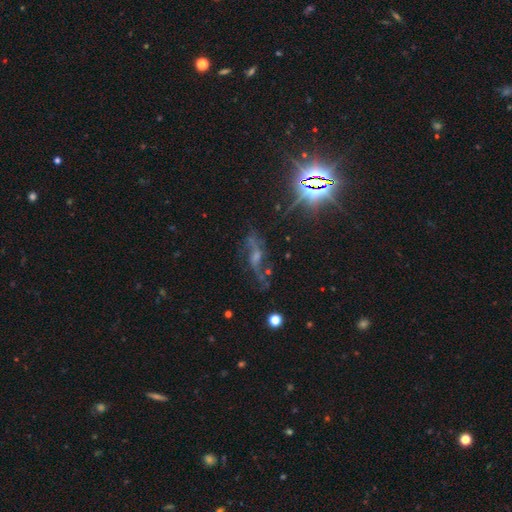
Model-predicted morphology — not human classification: Q: Smooth or featured?
A: featured or disk (61%); runner-up: star or artifact (26%)
Q: Edge-on disk?
A: no (78%); runner-up: yes (22%)
Q: Merging?
A: none (61%); runner-up: minor disturbance (19%)